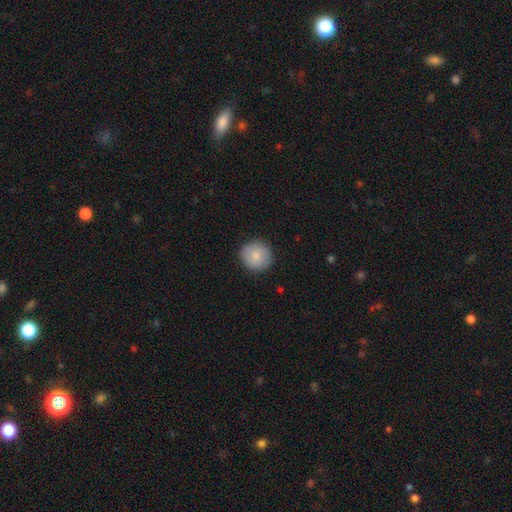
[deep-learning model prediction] Smooth or featured? smooth (84%)
How rounded? round (94%)
Merging? none (89%)